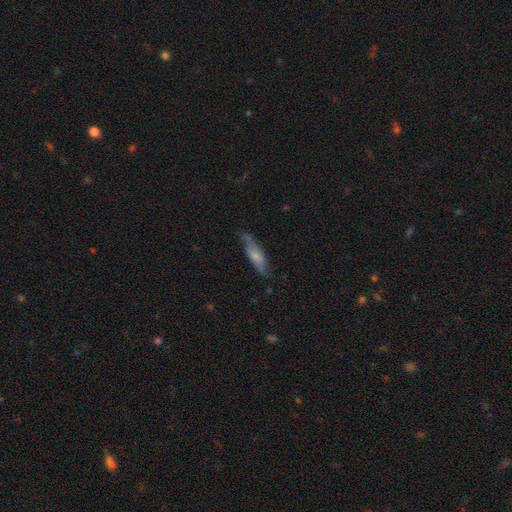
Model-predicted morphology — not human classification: This appears to be a smooth galaxy with no disk features (52%) that is cigar-shaped (58%). Merging: none (66%).